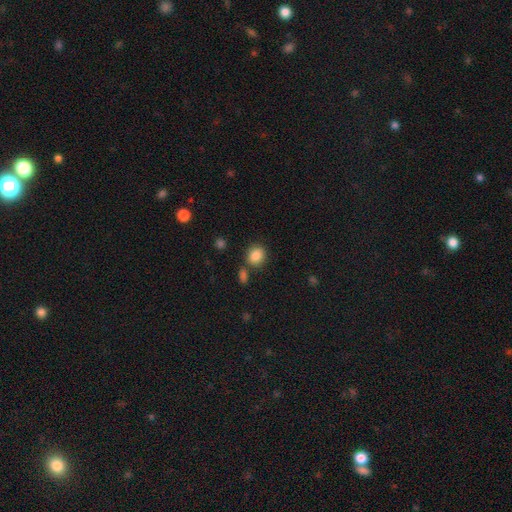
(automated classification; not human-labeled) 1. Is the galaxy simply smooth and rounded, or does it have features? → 86% smooth, 9% star or artifact, 5% featured or disk.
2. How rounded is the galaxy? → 74% round, 24% in between, 1% cigar-shaped.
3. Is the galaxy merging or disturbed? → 76% none, 11% merger, 10% minor disturbance, 3% major disturbance.